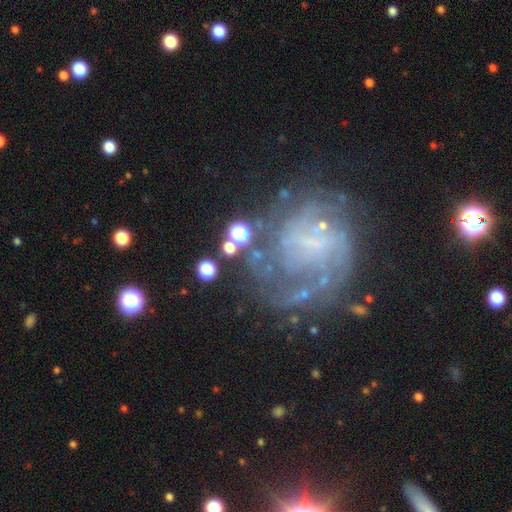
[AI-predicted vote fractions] Q: Smooth or featured?
A: featured or disk (55%); runner-up: smooth (25%)
Q: Edge-on disk?
A: no (97%); runner-up: yes (3%)
Q: Bar?
A: no (55%); runner-up: weak (30%)
Q: Spiral arms?
A: yes (64%); runner-up: no (36%)
Q: Bulge size?
A: none (48%); runner-up: small (29%)
Q: Merging?
A: none (61%); runner-up: major disturbance (17%)